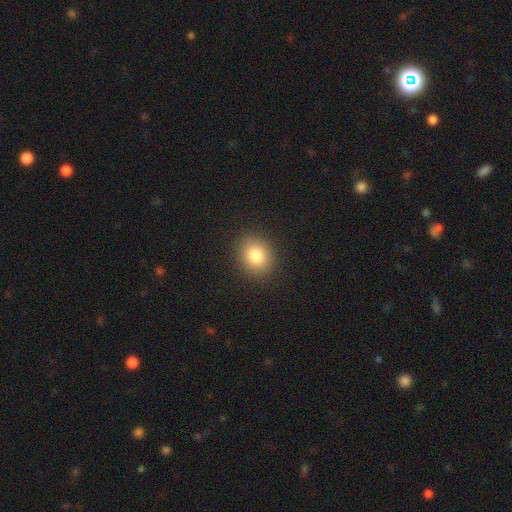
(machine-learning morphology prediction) type=smooth (83%); roundness=round (66%); merging=none (89%).